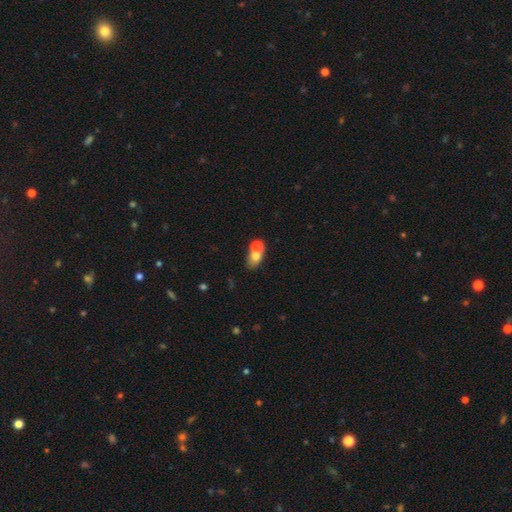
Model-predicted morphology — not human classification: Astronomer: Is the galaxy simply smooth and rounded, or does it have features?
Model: smooth — 70%.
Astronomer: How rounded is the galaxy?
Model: in between — 64%.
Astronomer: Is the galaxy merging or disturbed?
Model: merger — 59%.